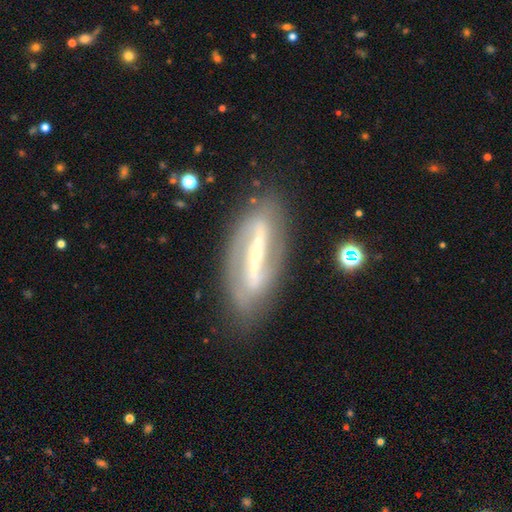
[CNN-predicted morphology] featured or disk 84%, smooth 10%, star or artifact 6%. Down the decision tree: edge-on disk — no (76%); bar — strong (76%); spiral arms — yes (73%); bulge size — small (73%); merging — none (81%).